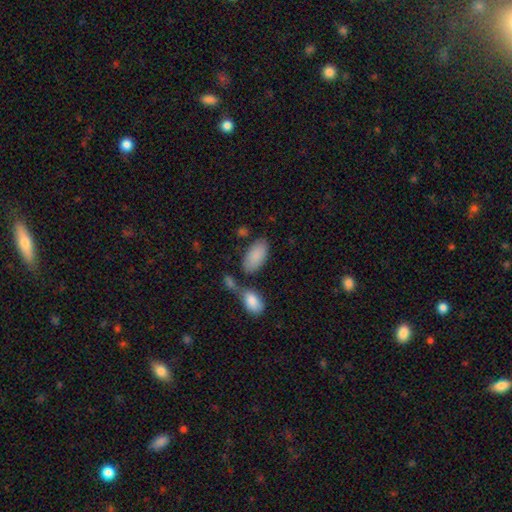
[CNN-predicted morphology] type=smooth (87%); roundness=in between (94%); merging=none (66%).